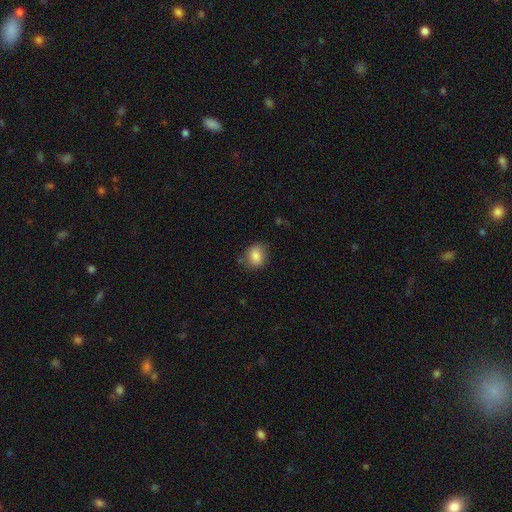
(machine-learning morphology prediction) A smooth galaxy with no disk features (84%) that is round (51%). Merging: none (73%).